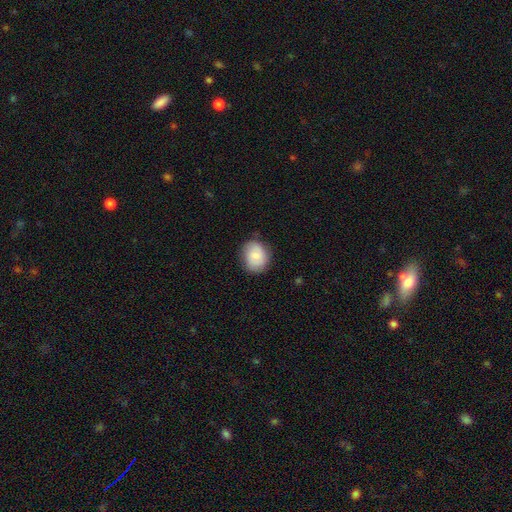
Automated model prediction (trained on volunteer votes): smooth_or_featured: smooth (p=0.81) [alt: featured or disk p=0.13]
how_rounded: round (p=0.52) [alt: in between p=0.47]
merging: none (p=0.77) [alt: minor disturbance p=0.18]